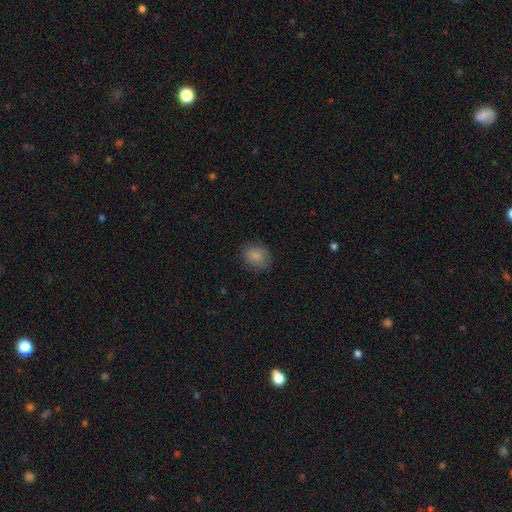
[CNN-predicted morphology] The model was most divided on "how rounded": in between: 51%, round: 48%, cigar-shaped: 1%. More confident: smooth or featured — smooth (85%); merging — none (79%).